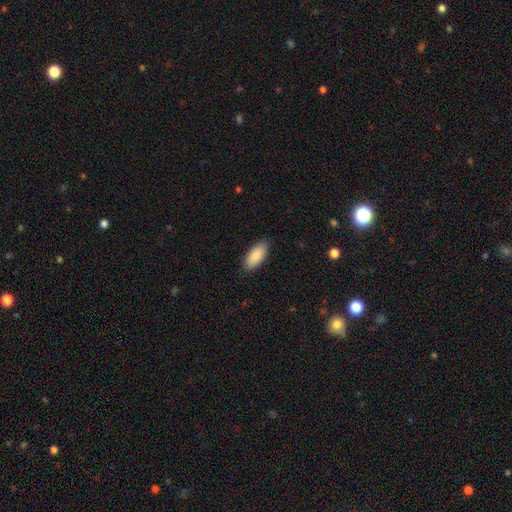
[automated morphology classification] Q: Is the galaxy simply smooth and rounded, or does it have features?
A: smooth — 89%.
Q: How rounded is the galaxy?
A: in between — 87%.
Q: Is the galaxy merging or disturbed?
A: none — 86%.